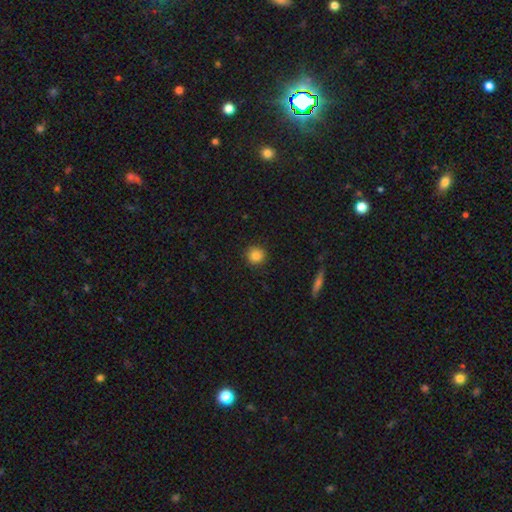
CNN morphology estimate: Overall: smooth (85%). How rounded: round (93%). Merging: none (91%).